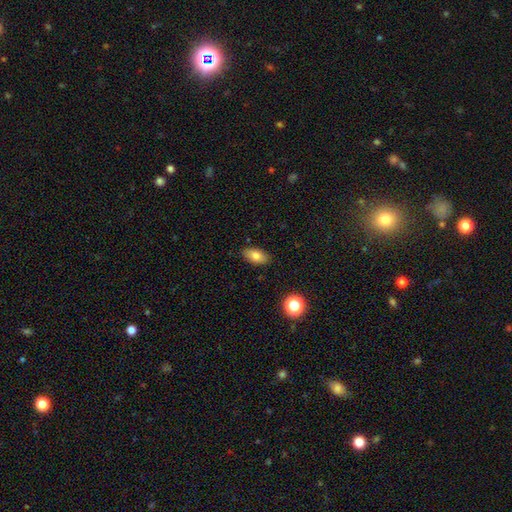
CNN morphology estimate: smooth_or_featured: smooth (p=0.81) [alt: featured or disk p=0.11]
how_rounded: in between (p=0.91) [alt: round p=0.05]
merging: none (p=0.87) [alt: minor disturbance p=0.10]